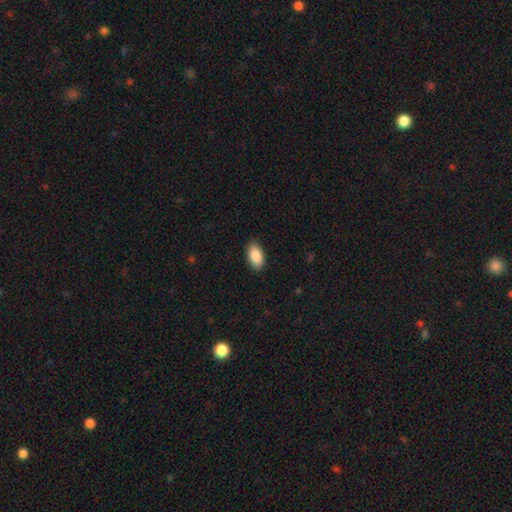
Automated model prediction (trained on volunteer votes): The model was most divided on "merging": none: 89%, minor disturbance: 8%, major disturbance: 2%, merger: 1%. More confident: how rounded — in between (94%); smooth or featured — smooth (88%).